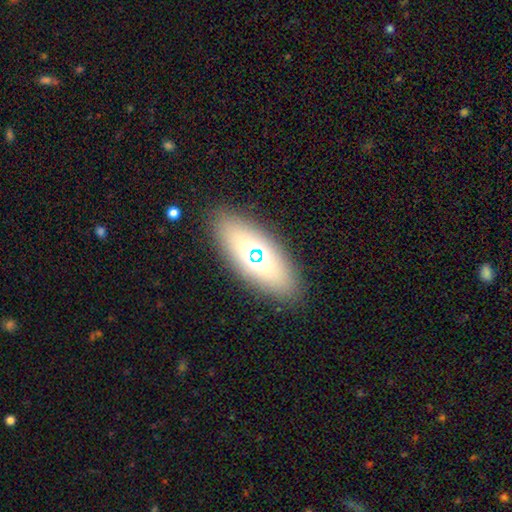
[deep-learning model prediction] Overall: smooth (57%; featured or disk 30%). How rounded: in between (78%). Merging: none (87%).